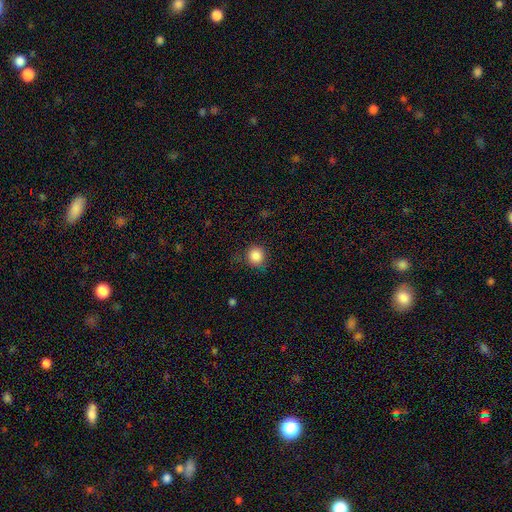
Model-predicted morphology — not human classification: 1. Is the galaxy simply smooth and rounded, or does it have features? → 86% smooth, 10% star or artifact, 4% featured or disk.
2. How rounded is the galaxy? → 91% round, 8% in between, 1% cigar-shaped.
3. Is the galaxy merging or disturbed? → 79% none, 15% minor disturbance, 4% major disturbance, 1% merger.